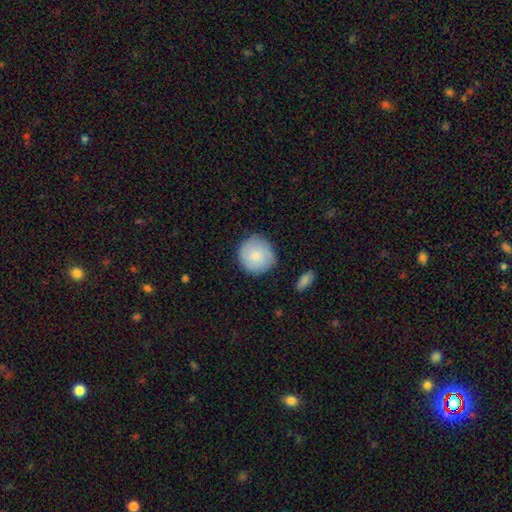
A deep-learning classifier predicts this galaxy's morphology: type=smooth (77%); roundness=round (93%); merging=none (81%).